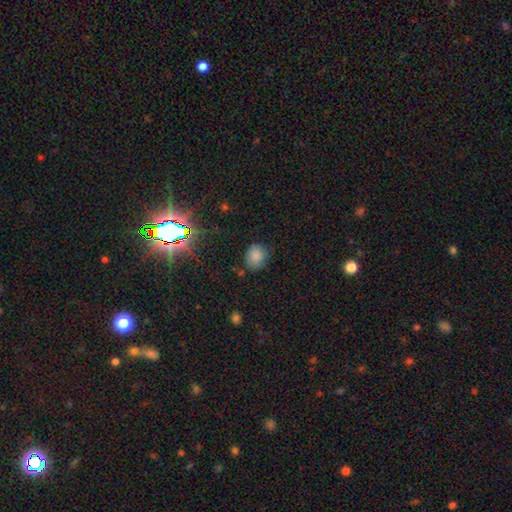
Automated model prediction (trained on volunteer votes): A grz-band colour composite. It shows a smooth galaxy with no disk features (80%) that is round (66%). Merging: none (75%).